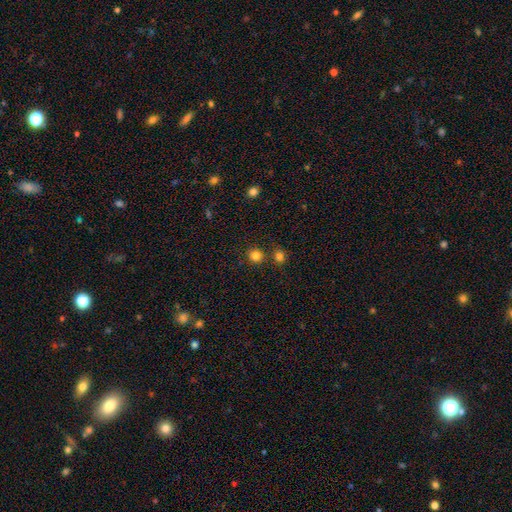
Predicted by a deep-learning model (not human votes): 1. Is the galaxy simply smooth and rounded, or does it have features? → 82% smooth, 14% star or artifact, 4% featured or disk.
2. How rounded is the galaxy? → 90% round, 9% in between, 1% cigar-shaped.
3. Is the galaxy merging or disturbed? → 80% none, 10% merger, 7% minor disturbance, 2% major disturbance.